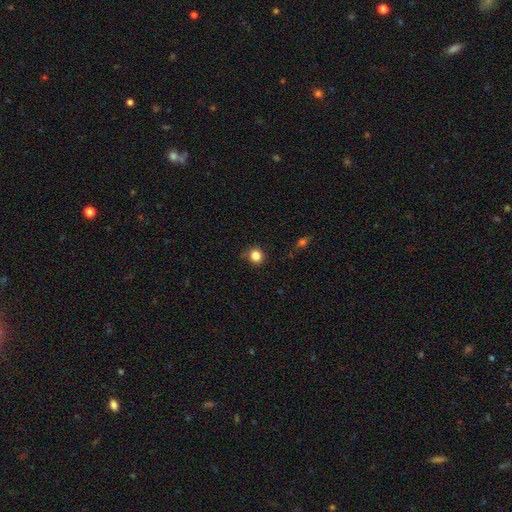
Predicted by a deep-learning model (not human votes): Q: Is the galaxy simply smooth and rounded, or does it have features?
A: smooth — 83%.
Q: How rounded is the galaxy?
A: round — 85%.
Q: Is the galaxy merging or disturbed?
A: none — 84%.